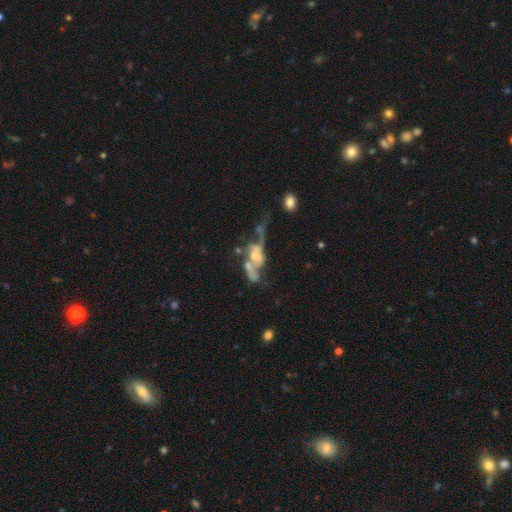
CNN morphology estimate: smooth_or_featured: featured or disk (p=0.63) [alt: smooth p=0.25]
disk_edge_on: no (p=0.90) [alt: yes p=0.10]
bar: no (p=0.78) [alt: weak p=0.15]
has_spiral_arms: no (p=0.71) [alt: yes p=0.29]
bulge_size: none (p=0.42) [alt: small p=0.23]
merging: merger (p=0.42) [alt: major disturbance p=0.34]